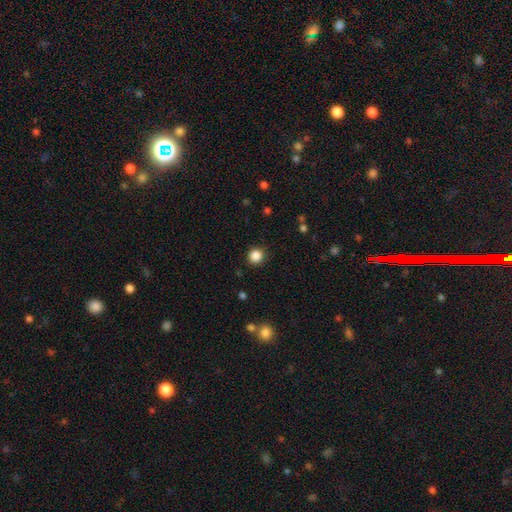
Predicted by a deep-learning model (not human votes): Smooth or featured: smooth — 86% (star or artifact — 11%)
How rounded: round — 92% (in between — 7%)
Merging: none — 90% (minor disturbance — 6%)